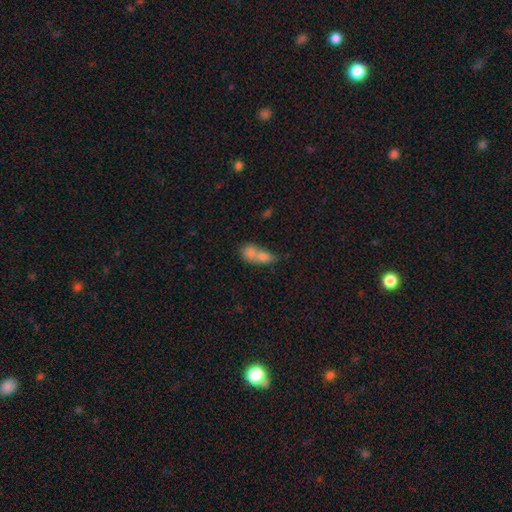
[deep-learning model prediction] A smooth galaxy with no disk features (66%) that is in between round and cigar-shaped (58%). Merging: merger (71%).